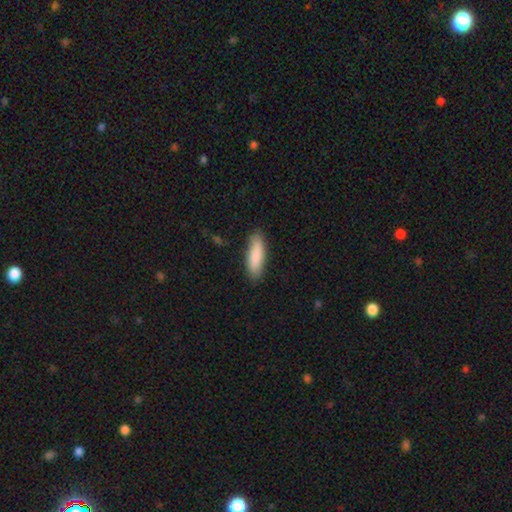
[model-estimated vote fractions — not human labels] This is clearly a smooth galaxy (86%). How rounded: possibly cigar-shaped (50%). Merging: clearly none (85%).